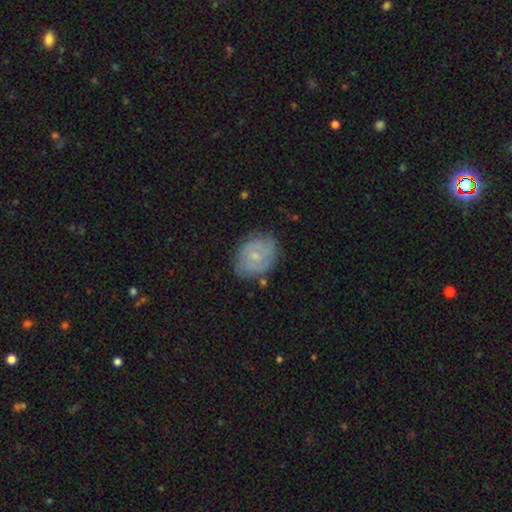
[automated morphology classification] Overall: featured or disk (58%; smooth 35%). Edge-on disk: no (97%). Bar: no (62%; weak 34%). Spiral arms: yes (81%). Bulge size: small (63%; moderate 29%). Merging: none (74%).